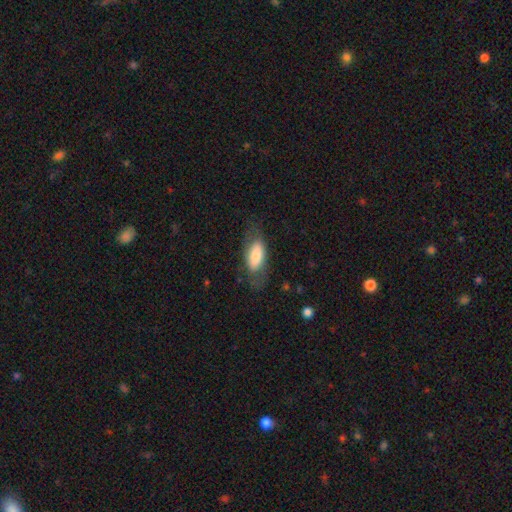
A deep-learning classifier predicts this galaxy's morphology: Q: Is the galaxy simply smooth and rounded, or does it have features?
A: smooth — 72%.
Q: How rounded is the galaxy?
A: in between — 84%.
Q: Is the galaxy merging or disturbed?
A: none — 66%.